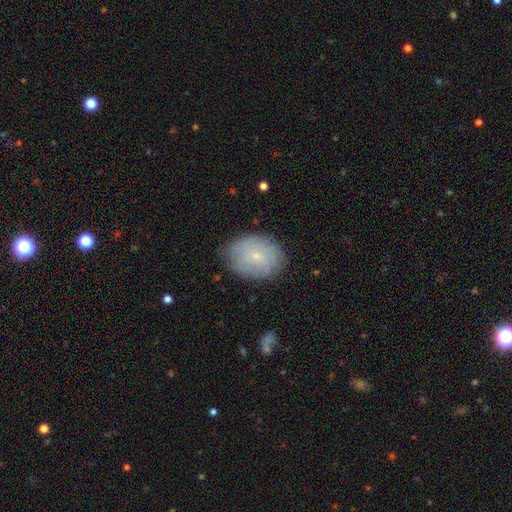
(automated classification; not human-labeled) Smooth or featured: smooth — 62% (featured or disk — 30%)
How rounded: in between — 58% (round — 41%)
Merging: none — 77% (minor disturbance — 17%)